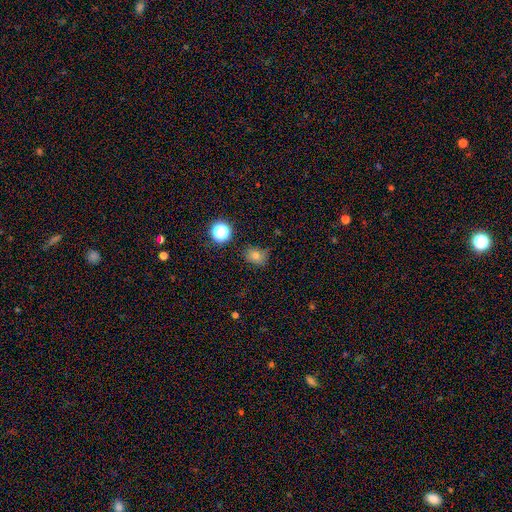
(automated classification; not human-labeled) smooth 73%, star or artifact 18%, featured or disk 9%. Down the decision tree: how rounded — round (58%); merging — none (68%).